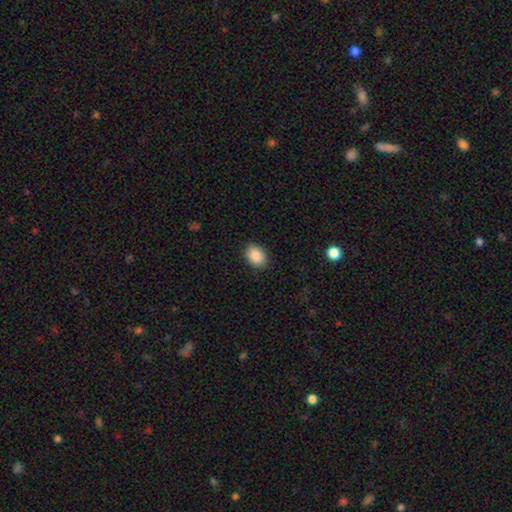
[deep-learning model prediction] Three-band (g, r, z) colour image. It shows a smooth galaxy with no disk features (89%) that is in between round and cigar-shaped (75%). Merging: none (88%).